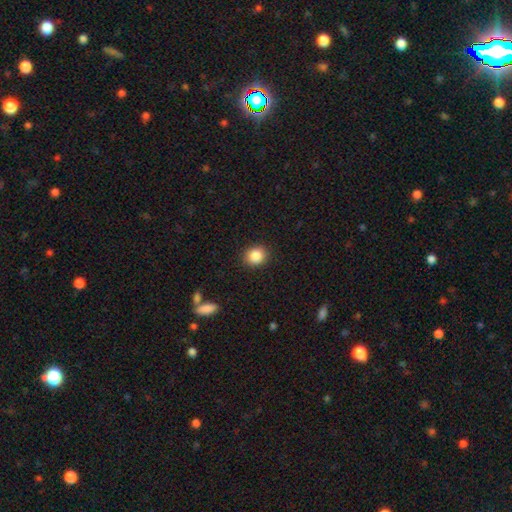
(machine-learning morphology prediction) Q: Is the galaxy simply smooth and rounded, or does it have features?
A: smooth — 86%.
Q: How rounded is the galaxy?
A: round — 75%.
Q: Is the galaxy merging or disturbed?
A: none — 90%.